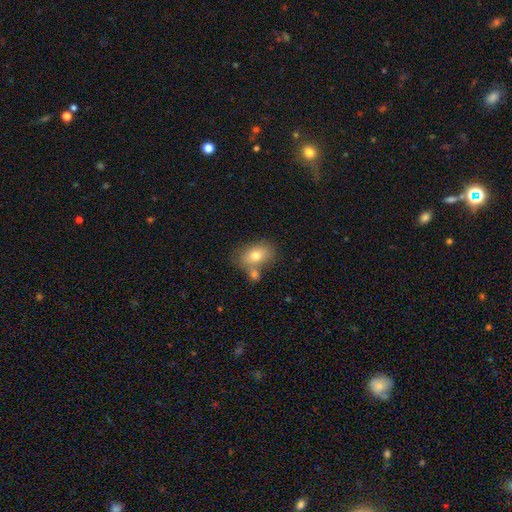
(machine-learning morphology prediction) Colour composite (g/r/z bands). It shows a smooth galaxy with no disk features (74%) that is in between round and cigar-shaped (80%). Merging: none (55%).